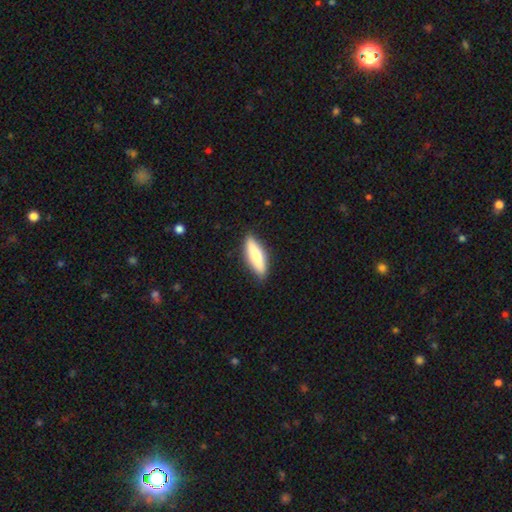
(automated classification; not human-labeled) Overall: smooth (68%). How rounded: cigar-shaped (63%; in between 35%). Merging: none (87%).